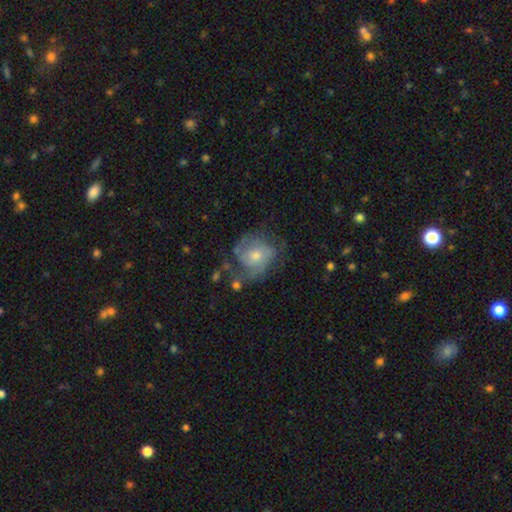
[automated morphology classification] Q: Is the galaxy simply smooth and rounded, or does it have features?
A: featured or disk — 63%.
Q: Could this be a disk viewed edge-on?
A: no — 97%.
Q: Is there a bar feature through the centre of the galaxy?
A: no — 75%.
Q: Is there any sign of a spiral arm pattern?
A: yes — 77%.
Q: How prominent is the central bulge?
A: moderate — 54%.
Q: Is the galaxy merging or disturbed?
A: none — 54%.